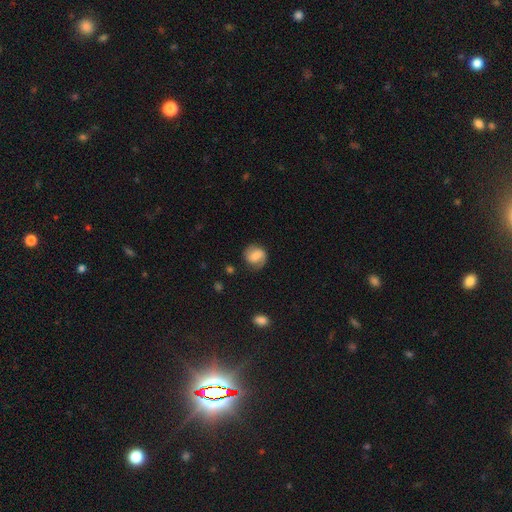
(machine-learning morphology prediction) Smooth or featured?
  - smooth: 47% *
  - featured or disk: 45%
  - star or artifact: 8%
Merging?
  - none: 75% *
  - minor disturbance: 17%
  - major disturbance: 7%
  - merger: 1%